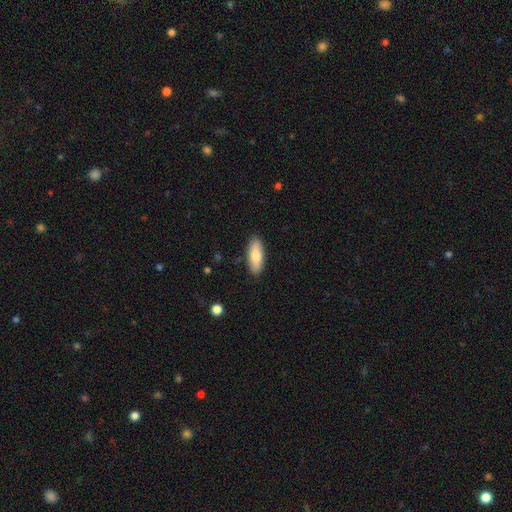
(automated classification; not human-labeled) Morphology: type=smooth (79%); roundness=in between (71%); merging=none (88%).